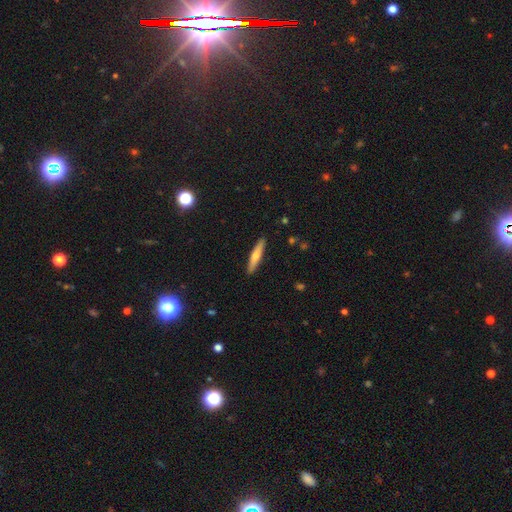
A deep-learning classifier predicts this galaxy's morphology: The model was most divided on "smooth or featured": smooth: 57%, featured or disk: 37%, star or artifact: 6%. More confident: merging — none (91%); how rounded — cigar-shaped (90%).